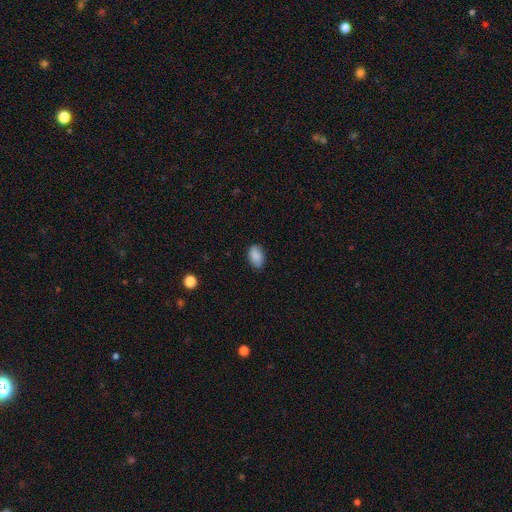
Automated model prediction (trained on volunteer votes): This appears to be a smooth galaxy with no disk features (88%) that is in between round and cigar-shaped (90%). Merging: none (82%).